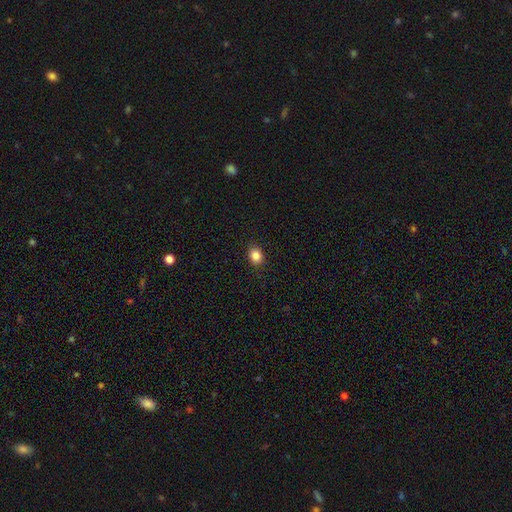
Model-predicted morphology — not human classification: Smooth or featured? Predicted: smooth (p=0.85). How rounded? Predicted: round (p=0.61). Merging? Predicted: none (p=0.90).